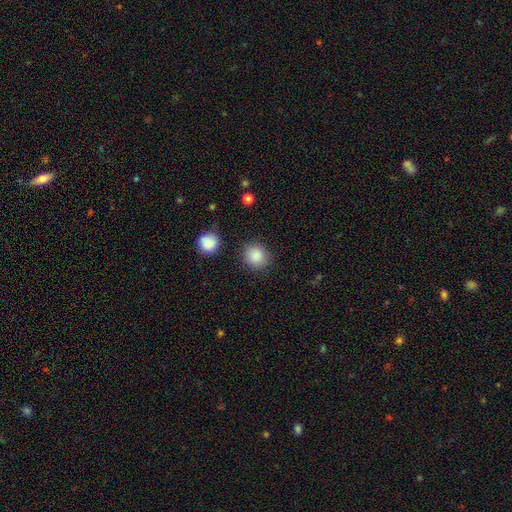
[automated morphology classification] Smooth or featured?
  - smooth: 88% *
  - star or artifact: 9%
  - featured or disk: 4%
How rounded?
  - round: 86% *
  - in between: 13%
  - cigar-shaped: 1%
Merging?
  - none: 86% *
  - minor disturbance: 8%
  - major disturbance: 3%
  - merger: 3%